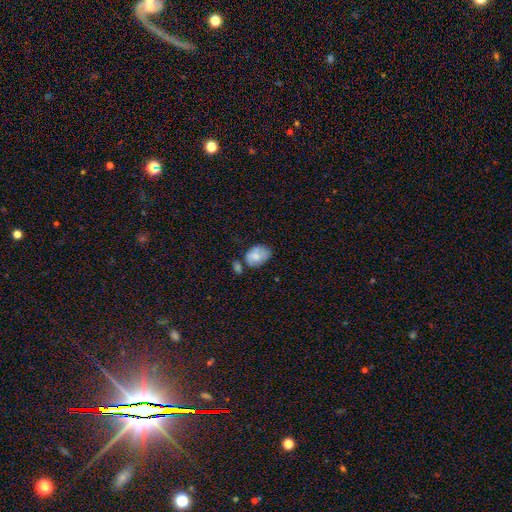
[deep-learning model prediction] Smooth or featured? smooth (71%)
How rounded? in between (78%)
Merging? none (42%)